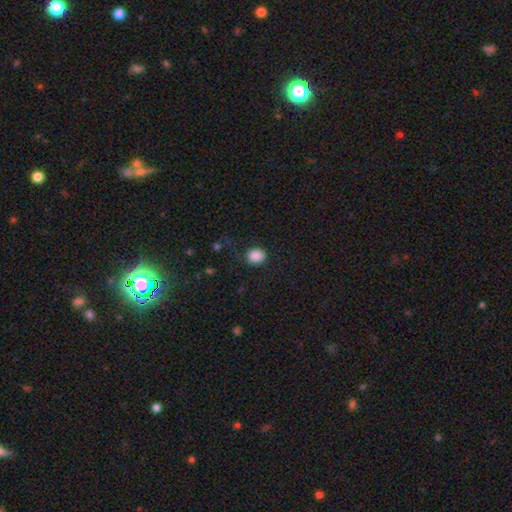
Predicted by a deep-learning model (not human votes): Smooth or featured: smooth — 87% (star or artifact — 9%)
How rounded: round — 69% (in between — 30%)
Merging: none — 79% (minor disturbance — 14%)